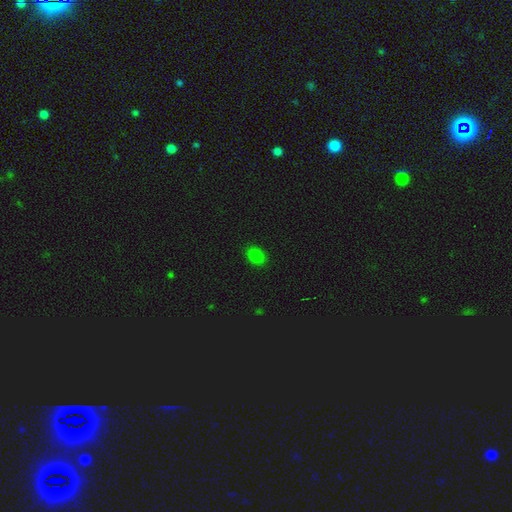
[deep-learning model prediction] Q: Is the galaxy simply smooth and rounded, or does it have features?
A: smooth — 82%.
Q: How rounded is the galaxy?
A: in between — 67%.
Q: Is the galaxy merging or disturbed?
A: none — 88%.